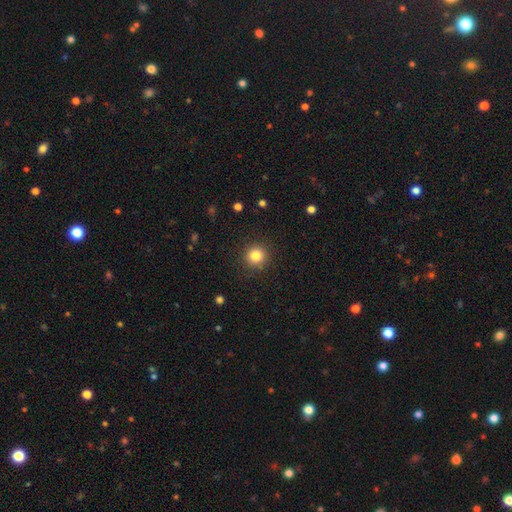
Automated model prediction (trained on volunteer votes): A smooth galaxy with no disk features (83%) that is round (93%).

Vote fractions:
- Smooth or featured? smooth: 83% / star or artifact: 11% / featured or disk: 6%
- How rounded? round: 93% / in between: 6% / cigar-shaped: 1%
- Merging? none: 90% / minor disturbance: 6% / major disturbance: 2% / merger: 1%